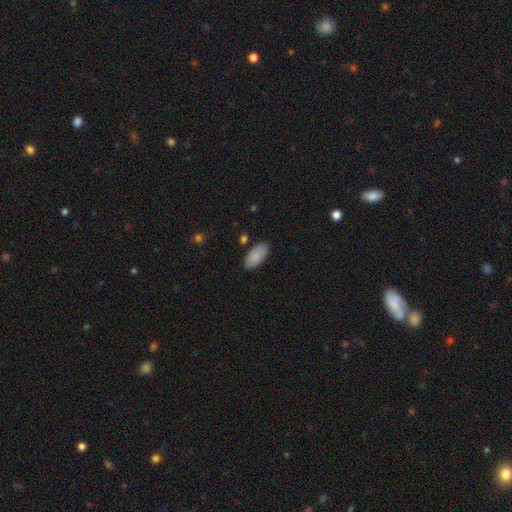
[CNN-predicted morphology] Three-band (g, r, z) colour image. It shows a smooth galaxy with no disk features (88%) that is in between round and cigar-shaped (93%). Merging: none (83%).